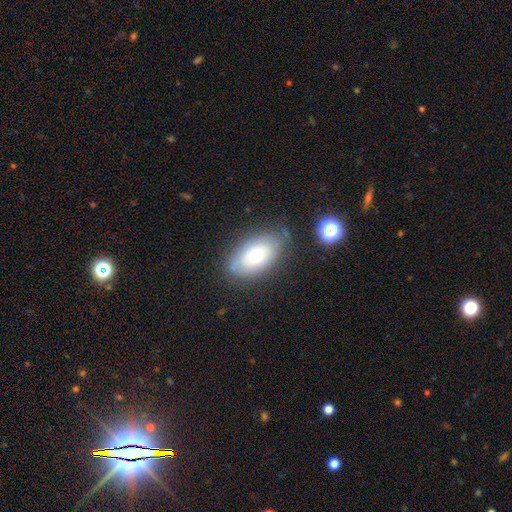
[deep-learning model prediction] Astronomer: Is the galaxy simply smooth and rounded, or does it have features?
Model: smooth — 58%.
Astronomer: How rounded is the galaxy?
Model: in between — 89%.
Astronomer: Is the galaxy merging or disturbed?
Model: none — 71%.